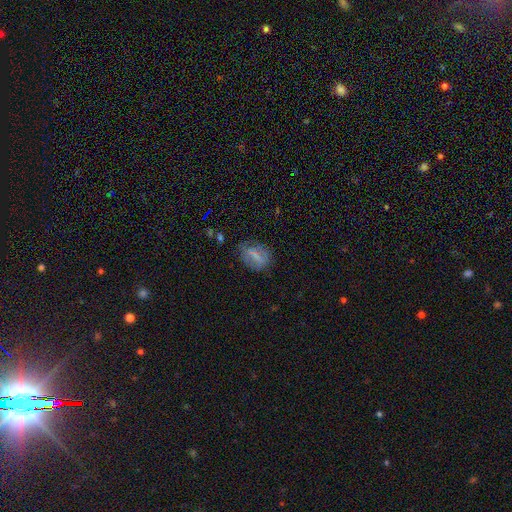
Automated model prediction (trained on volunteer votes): Smooth or featured: smooth — 55% (featured or disk — 33%)
How rounded: in between — 70% (round — 23%)
Merging: none — 65% (minor disturbance — 22%)